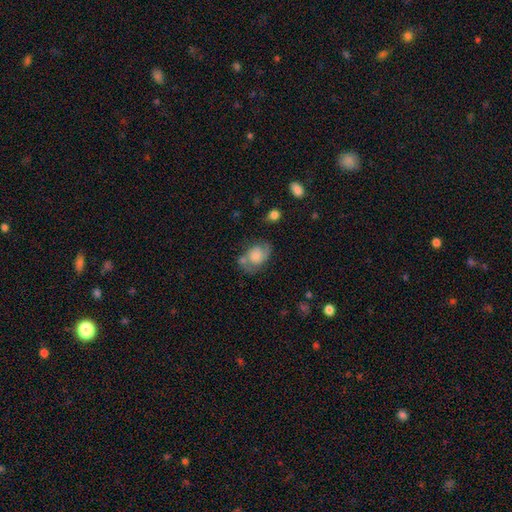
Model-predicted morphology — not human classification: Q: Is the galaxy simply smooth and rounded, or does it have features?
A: featured or disk — 52%.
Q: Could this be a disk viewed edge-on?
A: no — 97%.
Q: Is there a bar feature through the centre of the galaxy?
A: no — 75%.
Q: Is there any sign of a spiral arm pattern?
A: yes — 81%.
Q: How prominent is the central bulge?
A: moderate — 24%, tied with large and small.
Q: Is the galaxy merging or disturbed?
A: none — 46%.